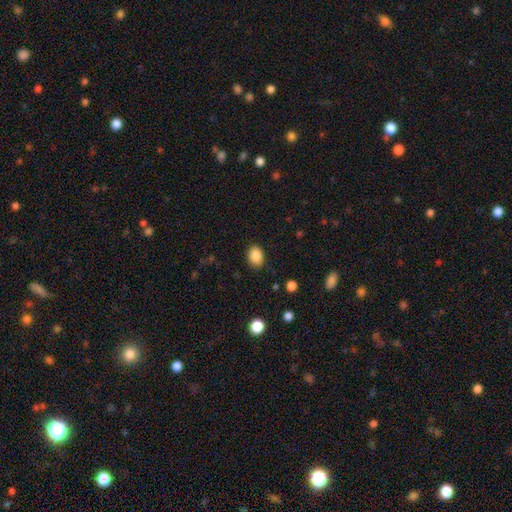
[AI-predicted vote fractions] Smooth or featured? Predicted: smooth (p=0.87). How rounded? Predicted: in between (p=0.71). Merging? Predicted: none (p=0.85).